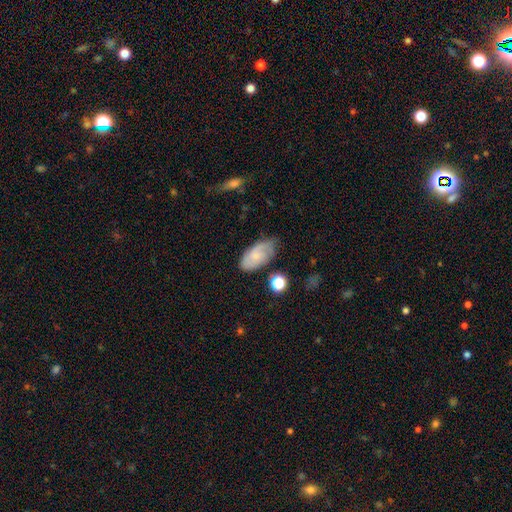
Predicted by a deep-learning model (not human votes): This is possibly a smooth galaxy (51%). How rounded: clearly in between (91%). Merging: likely none (62%).